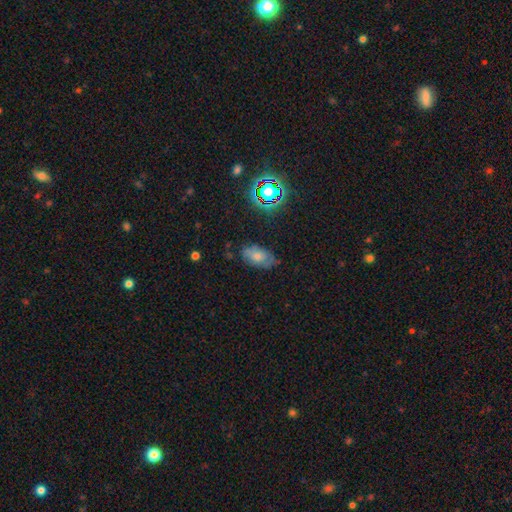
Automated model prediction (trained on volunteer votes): smooth_or_featured: smooth (p=0.49) [alt: featured or disk p=0.32]
merging: none (p=0.69) [alt: minor disturbance p=0.23]